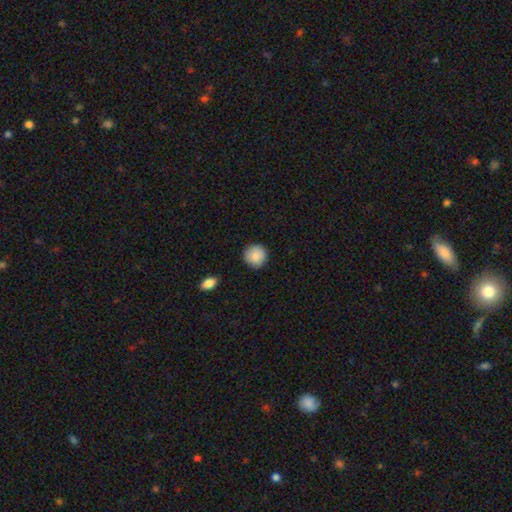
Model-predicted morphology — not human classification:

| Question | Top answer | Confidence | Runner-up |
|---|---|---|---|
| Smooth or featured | smooth | 87% | star or artifact (7%) |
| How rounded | round | 94% | in between (5%) |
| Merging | none | 90% | minor disturbance (7%) |